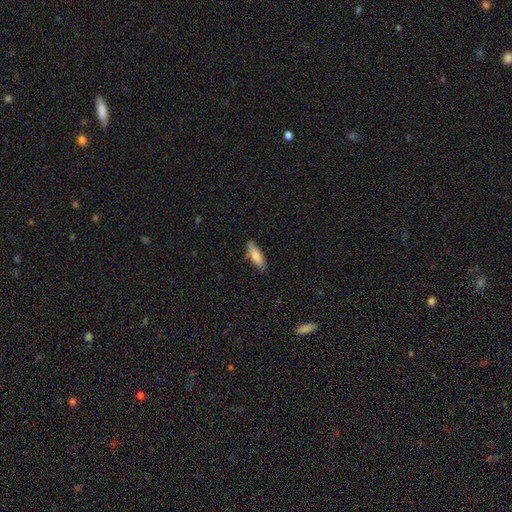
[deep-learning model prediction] Smooth or featured: smooth — 76% (featured or disk — 18%)
How rounded: in between — 52% (cigar-shaped — 46%)
Merging: none — 83% (minor disturbance — 13%)